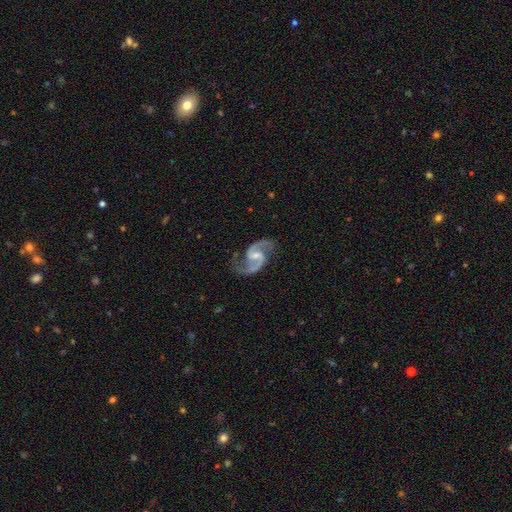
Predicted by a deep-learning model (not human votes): The model was most divided on "bulge size": small: 56%, moderate: 34%, none: 8%, large: 2%, dominant: 1%. More confident: spiral arms — yes (98%); edge-on disk — no (98%); spiral arm count — 2 (95%); smooth or featured — featured or disk (93%); merging — none (79%); spiral winding — medium (60%); bar — weak (54%).